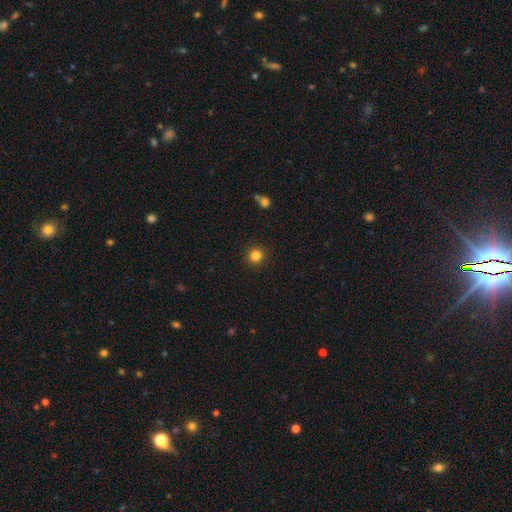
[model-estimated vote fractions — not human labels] smooth_or_featured: smooth (p=0.84) [alt: star or artifact p=0.12]
how_rounded: round (p=0.93) [alt: in between p=0.06]
merging: none (p=0.91) [alt: minor disturbance p=0.06]